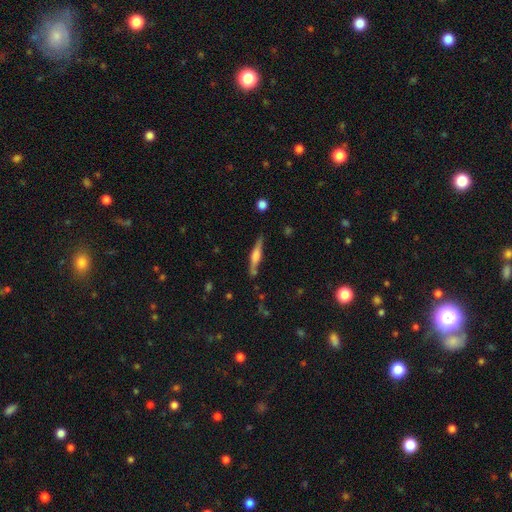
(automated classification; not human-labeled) Smooth or featured? Predicted: featured or disk (p=0.57). Edge-on disk? Predicted: yes (p=0.96). Edge-on bulge? Predicted: rounded (p=0.60). Merging? Predicted: none (p=0.82).